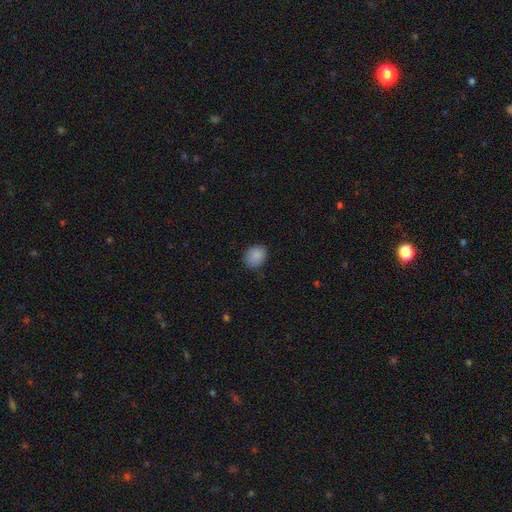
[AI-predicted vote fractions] Smooth or featured? smooth (88%)
How rounded? round (50%)
Merging? none (82%)